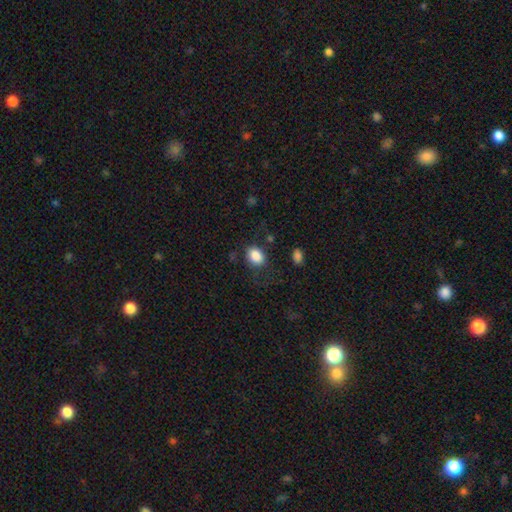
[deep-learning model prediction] The model was most divided on "how rounded": in between: 64%, round: 35%, cigar-shaped: 1%. More confident: smooth or featured — smooth (85%); merging — none (71%).